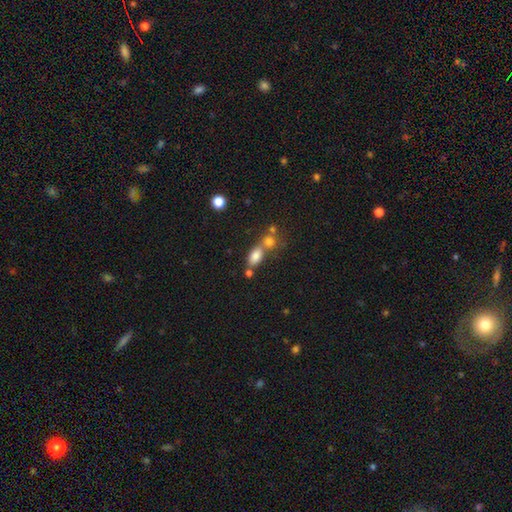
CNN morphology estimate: smooth_or_featured: smooth (p=0.79) [alt: star or artifact p=0.11]
how_rounded: in between (p=0.84) [alt: round p=0.11]
merging: merger (p=0.42) [alt: none p=0.41]